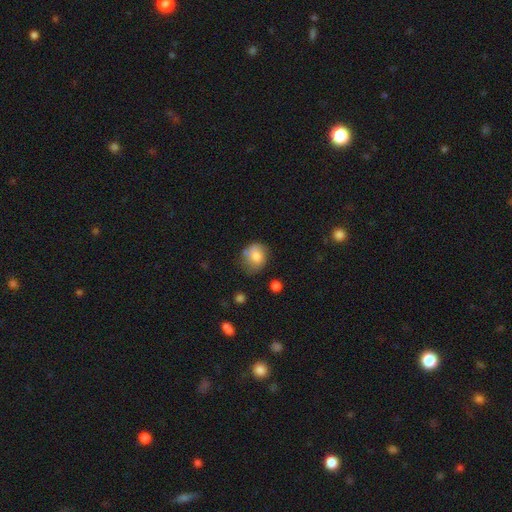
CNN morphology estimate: Smooth or featured: smooth — 72% (featured or disk — 19%)
How rounded: round — 63% (in between — 36%)
Merging: none — 55% (minor disturbance — 31%)